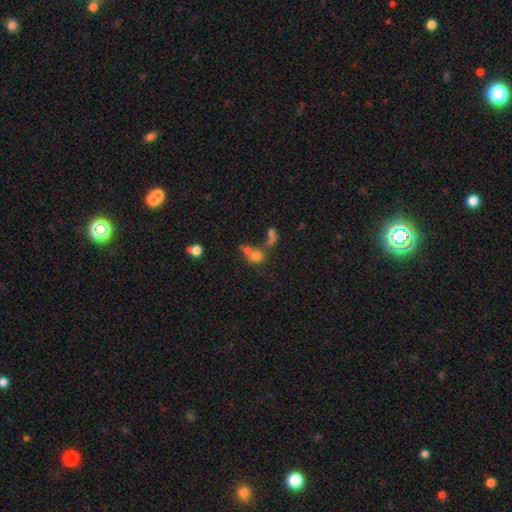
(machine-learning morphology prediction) smooth 69%, featured or disk 16%, star or artifact 15%. Down the decision tree: how rounded — round (70%); merging — merger (50%).